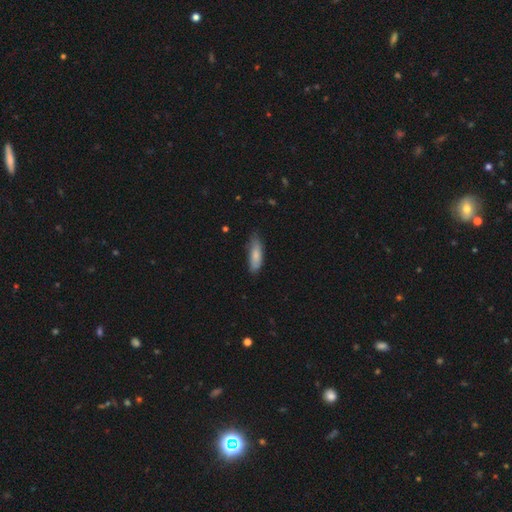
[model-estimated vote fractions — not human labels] A smooth galaxy with no disk features (79%) that is in between round and cigar-shaped (54%). Merging: none (67%).